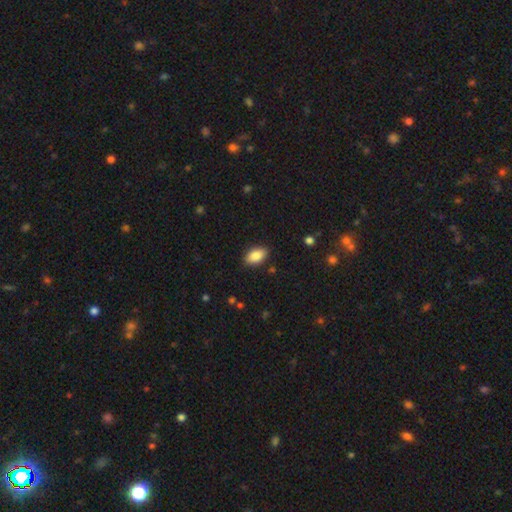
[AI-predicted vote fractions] Q: Smooth or featured?
A: smooth (86%); runner-up: star or artifact (7%)
Q: How rounded?
A: in between (92%); runner-up: round (6%)
Q: Merging?
A: none (88%); runner-up: minor disturbance (9%)